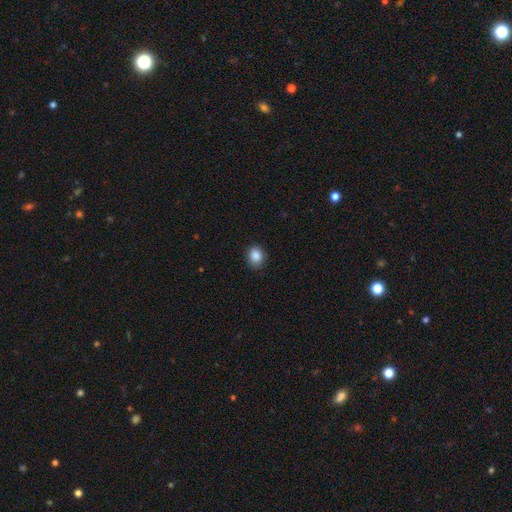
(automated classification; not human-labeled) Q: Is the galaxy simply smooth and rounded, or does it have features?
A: smooth — 87%.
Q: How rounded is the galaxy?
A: round — 56%.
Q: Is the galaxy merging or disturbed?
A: none — 83%.